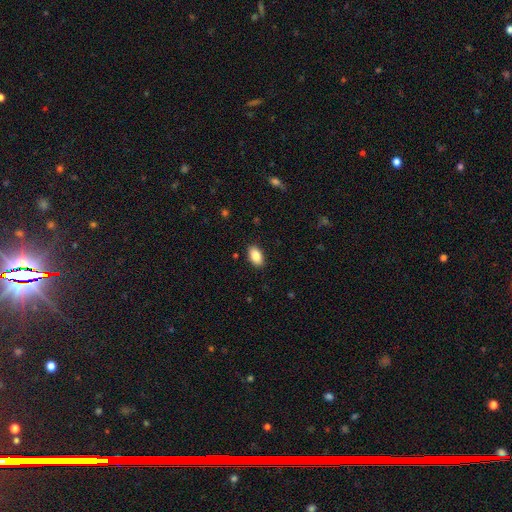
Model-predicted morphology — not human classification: A smooth galaxy with no disk features (87%) that is in between round and cigar-shaped (93%).

Vote fractions:
- Smooth or featured? smooth: 87% / star or artifact: 8% / featured or disk: 6%
- How rounded? in between: 93% / round: 6% / cigar-shaped: 2%
- Merging? none: 89% / minor disturbance: 8% / major disturbance: 2% / merger: 1%